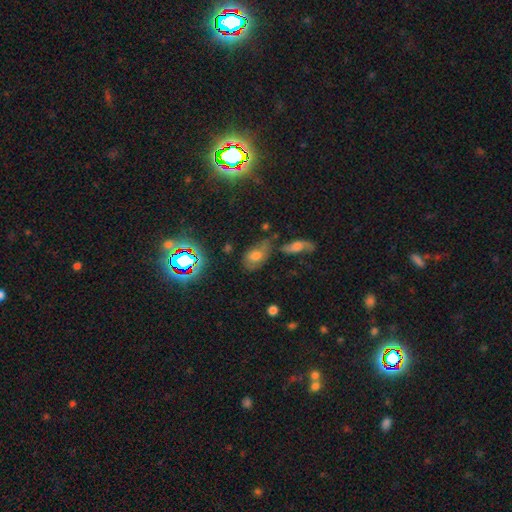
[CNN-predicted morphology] Smooth or featured? Predicted: smooth (p=0.58). How rounded? Predicted: in between (p=0.86). Merging? Predicted: none (p=0.50).